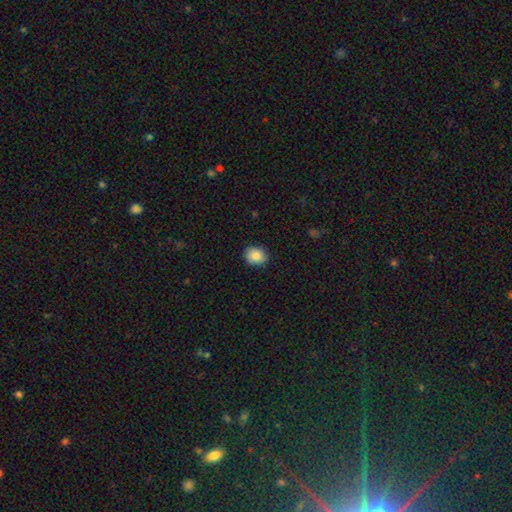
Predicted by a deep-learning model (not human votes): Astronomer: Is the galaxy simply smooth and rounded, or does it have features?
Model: smooth — 85%.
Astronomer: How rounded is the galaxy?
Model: round — 64%.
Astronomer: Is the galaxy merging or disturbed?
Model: none — 88%.